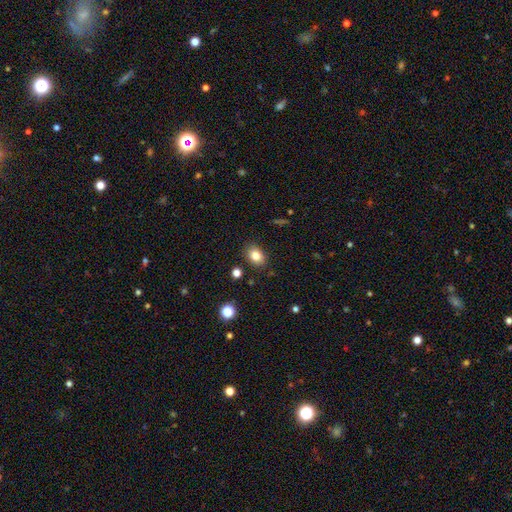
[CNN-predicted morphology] smooth_or_featured: smooth (p=0.81) [alt: star or artifact p=0.11]
how_rounded: in between (p=0.65) [alt: round p=0.34]
merging: none (p=0.86) [alt: minor disturbance p=0.10]